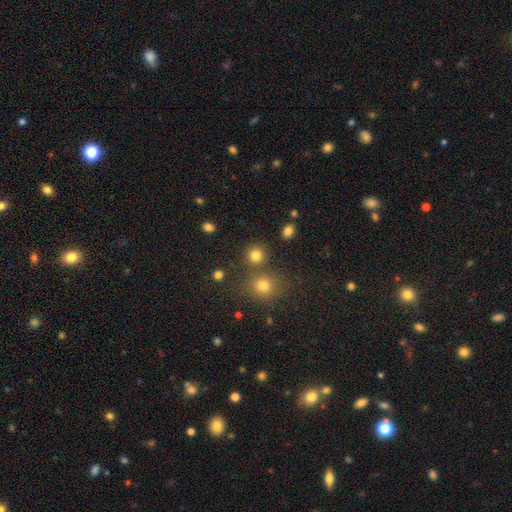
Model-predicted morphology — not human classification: Smooth or featured? Predicted: smooth (p=0.80). How rounded? Predicted: round (p=0.90). Merging? Predicted: none (p=0.78).